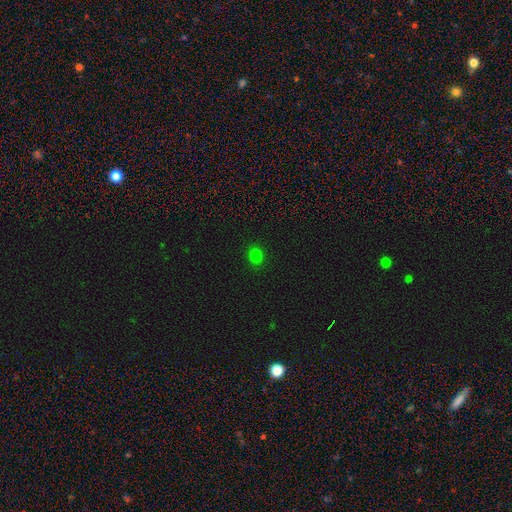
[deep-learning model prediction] This is likely a smooth galaxy (79%). How rounded: likely round (71%). Merging: clearly none (91%).